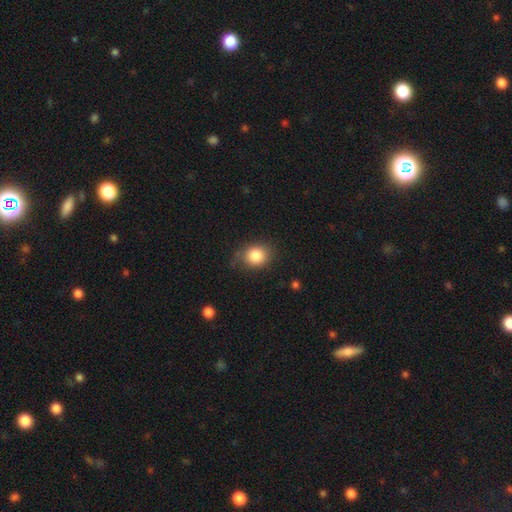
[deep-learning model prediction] Q: Smooth or featured?
A: smooth (84%); runner-up: star or artifact (9%)
Q: How rounded?
A: round (62%); runner-up: in between (37%)
Q: Merging?
A: none (74%); runner-up: minor disturbance (19%)